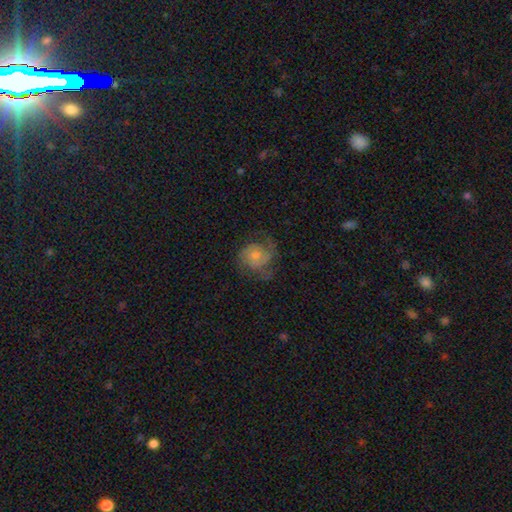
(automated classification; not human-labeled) Q: Smooth or featured?
A: featured or disk (70%); runner-up: smooth (21%)
Q: Edge-on disk?
A: no (98%); runner-up: yes (2%)
Q: Bar?
A: no (75%); runner-up: weak (22%)
Q: Spiral arms?
A: yes (91%); runner-up: no (9%)
Q: Spiral winding?
A: medium (44%); runner-up: tight (36%)
Q: Spiral arm count?
A: 2 (50%); runner-up: can't tell (19%)
Q: Bulge size?
A: small (55%); runner-up: moderate (36%)
Q: Merging?
A: none (61%); runner-up: minor disturbance (21%)